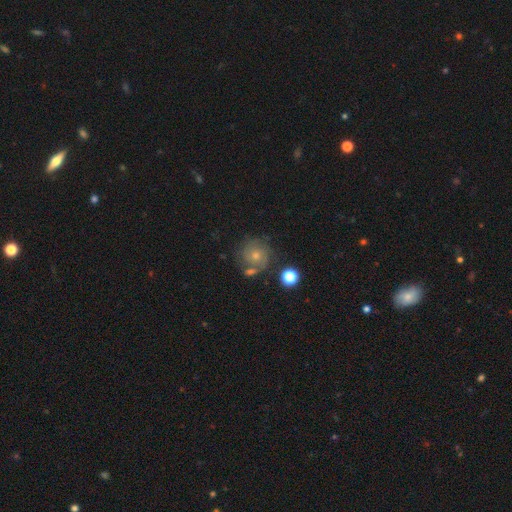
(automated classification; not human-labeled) smooth-or-featured: featured or disk: 52% | smooth: 36% | star or artifact: 12%
  disk-edge-on: no: 98% | yes: 2%
    bar: no: 81% | weak: 16% | strong: 3%
    has-spiral-arms: yes: 83% | no: 17%
    bulge-size: small: 52% | moderate: 41% | none: 3% | large: 3% | dominant: 1%
  merging: none: 62% | minor disturbance: 16% | merger: 14% | major disturbance: 7%